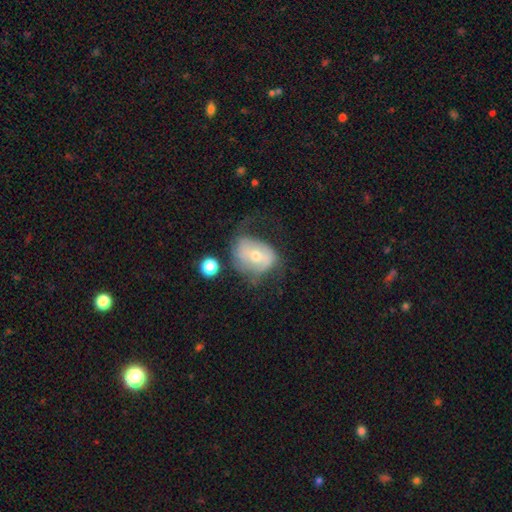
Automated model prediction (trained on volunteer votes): The model was most divided on "merging": none: 35%, major disturbance: 31%, minor disturbance: 28%, merger: 5%. More confident: edge-on disk — no (95%); smooth or featured — featured or disk (51%).